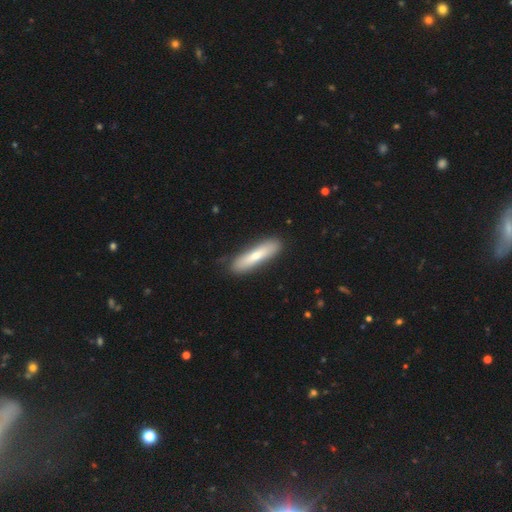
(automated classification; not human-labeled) Smooth or featured? Predicted: smooth (p=0.66). How rounded? Predicted: cigar-shaped (p=0.77). Merging? Predicted: none (p=0.84).